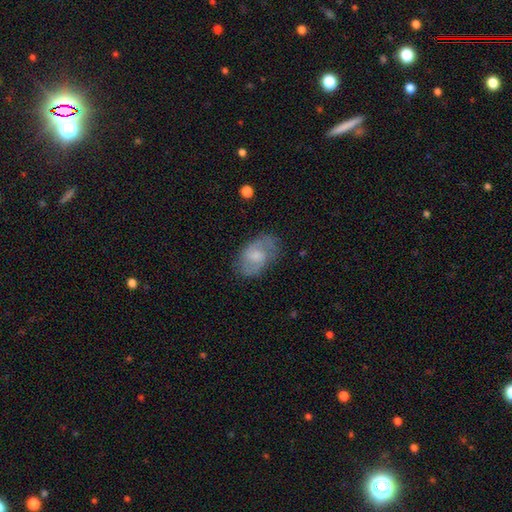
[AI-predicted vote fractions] Smooth or featured?
  - featured or disk: 64% *
  - smooth: 29%
  - star or artifact: 7%
Edge-on disk?
  - no: 96% *
  - yes: 4%
Bar?
  - weak: 48% *
  - no: 45%
  - strong: 7%
Spiral arms?
  - yes: 87% *
  - no: 13%
Spiral winding?
  - medium: 51% *
  - tight: 27%
  - loose: 23%
Spiral arm count?
  - 2: 80% *
  - can't tell: 12%
  - 1: 3%
  - 3: 2%
  - 4: 1%
  - more than 4: 1%
Bulge size?
  - small: 41% *
  - moderate: 37%
  - none: 15%
  - large: 6%
  - dominant: 1%
Merging?
  - none: 73% *
  - minor disturbance: 18%
  - major disturbance: 7%
  - merger: 1%